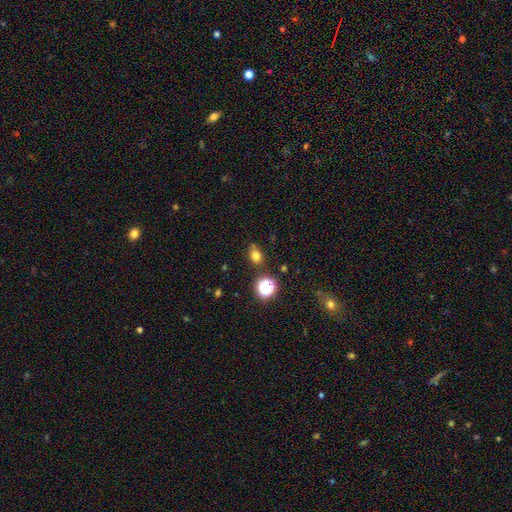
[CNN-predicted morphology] smooth_or_featured: smooth (p=0.73) [alt: star or artifact p=0.19]
how_rounded: round (p=0.52) [alt: in between p=0.46]
merging: none (p=0.74) [alt: minor disturbance p=0.16]